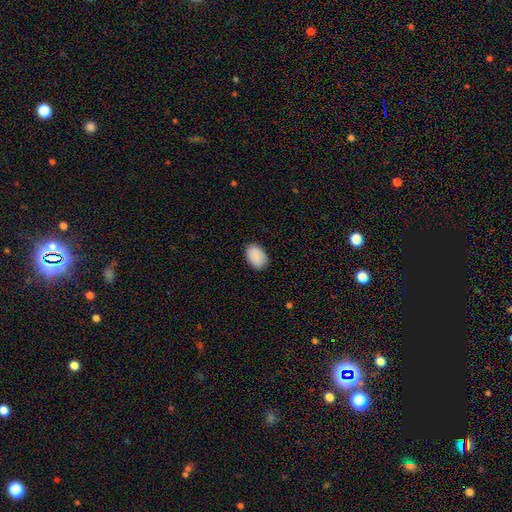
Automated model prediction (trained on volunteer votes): Morphology: type=smooth (91%); roundness=in between (83%); merging=none (86%).